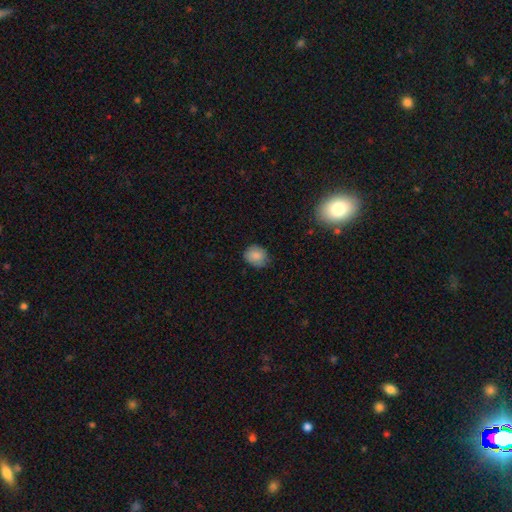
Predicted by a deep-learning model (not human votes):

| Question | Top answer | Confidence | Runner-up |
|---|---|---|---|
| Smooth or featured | smooth | 86% | star or artifact (8%) |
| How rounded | round | 62% | in between (37%) |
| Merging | none | 74% | minor disturbance (22%) |